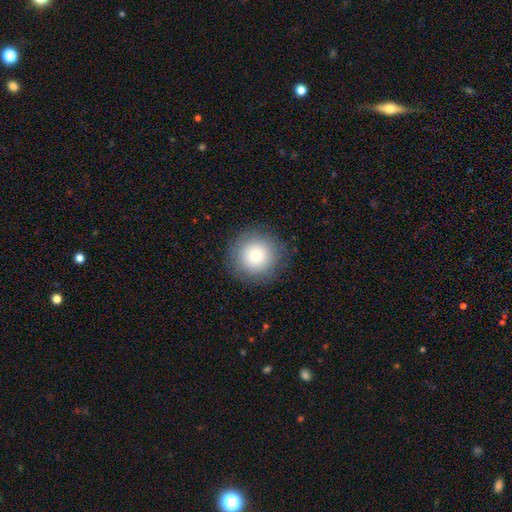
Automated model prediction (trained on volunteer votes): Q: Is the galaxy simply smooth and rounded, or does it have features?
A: smooth — 78%.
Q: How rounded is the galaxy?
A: round — 95%.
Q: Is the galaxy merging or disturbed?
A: none — 88%.